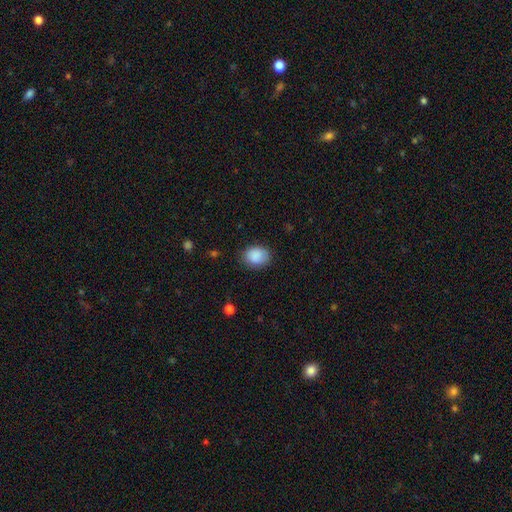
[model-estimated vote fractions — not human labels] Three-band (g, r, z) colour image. It shows a smooth galaxy with no disk features (89%) that is in between round and cigar-shaped (58%). Merging: none (81%).